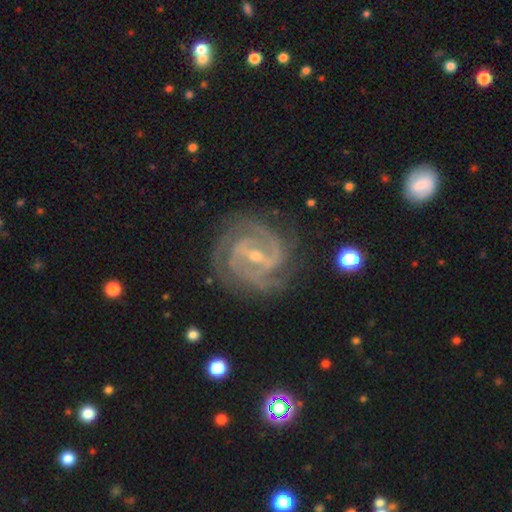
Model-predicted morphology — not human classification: Smooth or featured? featured or disk (92%)
Edge-on disk? no (97%)
Bar? strong (56%)
Spiral arms? yes (98%)
Spiral winding? tight (60%)
Spiral arm count? 2 (55%)
Bulge size? small (67%)
Merging? none (79%)